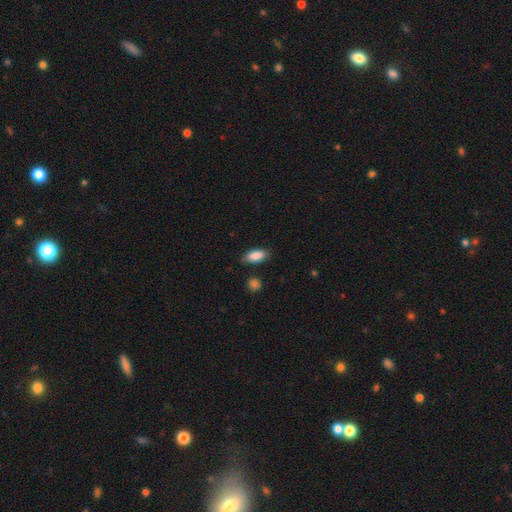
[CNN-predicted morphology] Smooth or featured?
  - smooth: 88% *
  - star or artifact: 7%
  - featured or disk: 6%
How rounded?
  - in between: 89% *
  - cigar-shaped: 8%
  - round: 3%
Merging?
  - none: 80% *
  - minor disturbance: 15%
  - major disturbance: 3%
  - merger: 2%